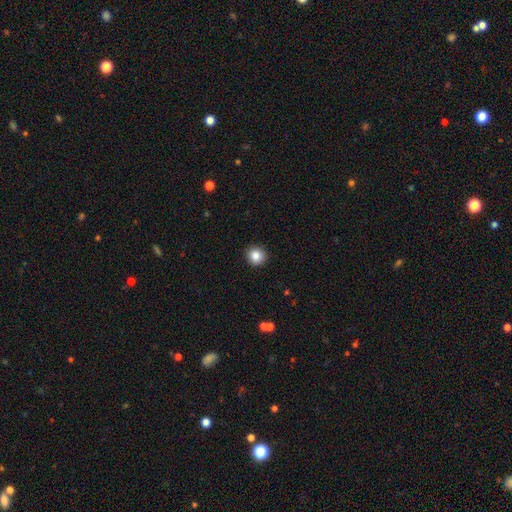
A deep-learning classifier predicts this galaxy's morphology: smooth_or_featured: smooth (p=0.85) [alt: star or artifact p=0.10]
how_rounded: round (p=0.92) [alt: in between p=0.07]
merging: none (p=0.92) [alt: minor disturbance p=0.05]